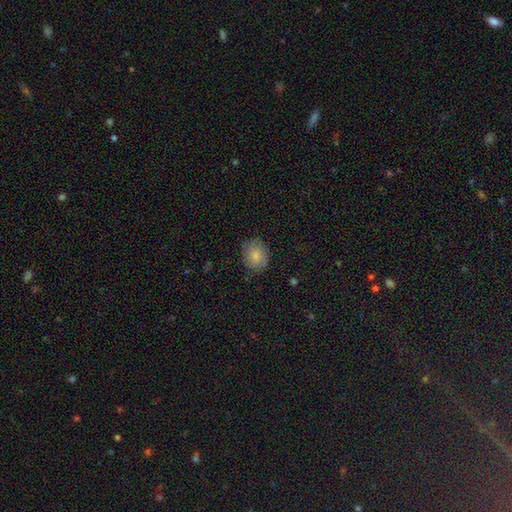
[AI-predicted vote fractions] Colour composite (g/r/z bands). It shows a smooth galaxy with no disk features (82%) that is round (56%). Merging: none (78%).